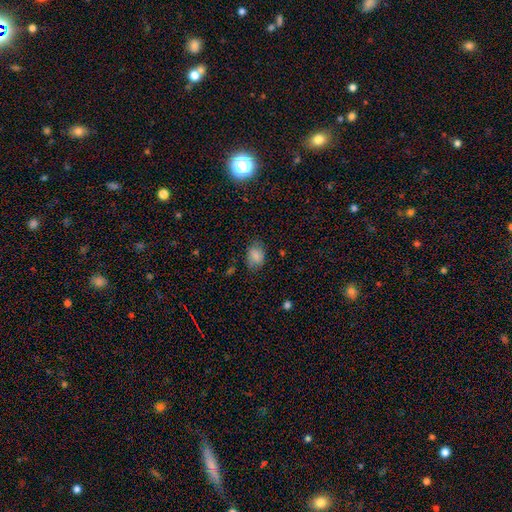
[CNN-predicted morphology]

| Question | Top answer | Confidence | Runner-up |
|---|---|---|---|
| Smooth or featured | smooth | 83% | star or artifact (9%) |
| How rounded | in between | 73% | round (26%) |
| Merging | none | 74% | minor disturbance (20%) |